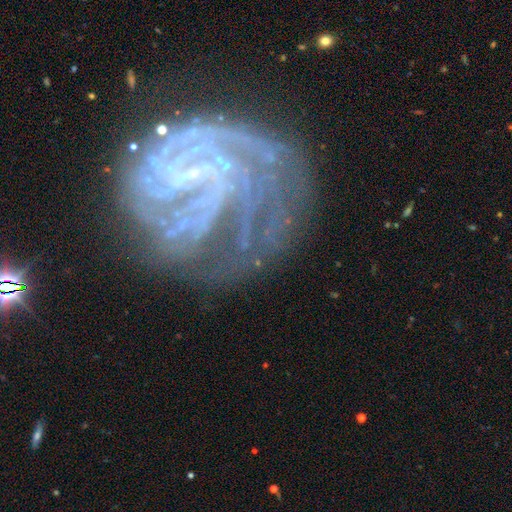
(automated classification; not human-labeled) A featured or disk galaxy (81%) with no bar (46%), tight (67%) spiral arms (92%) and a small central bulge (56%). Merging: none (55%).